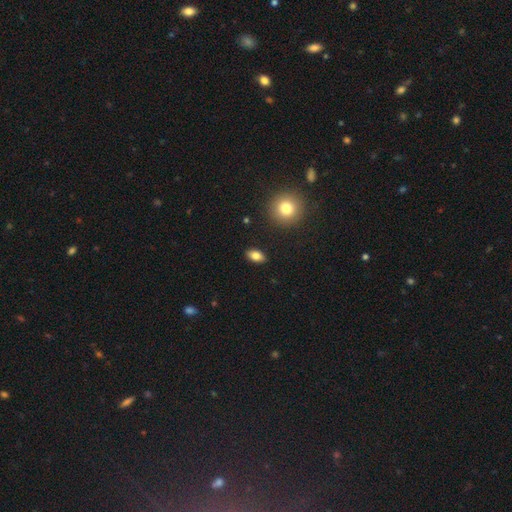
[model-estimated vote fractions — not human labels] This is clearly a smooth galaxy (81%). How rounded: clearly in between (88%). Merging: clearly none (89%).